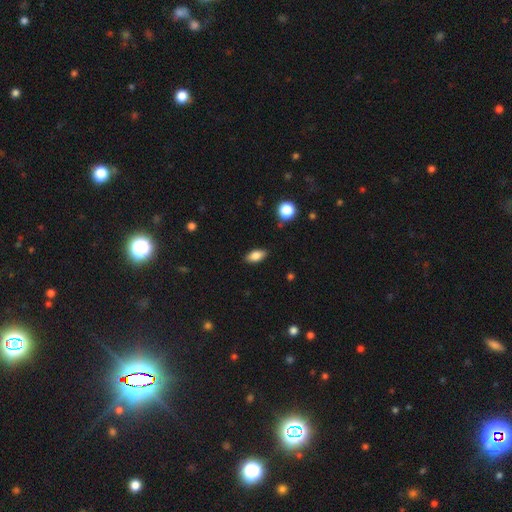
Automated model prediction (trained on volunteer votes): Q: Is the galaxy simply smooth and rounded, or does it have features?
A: smooth — 81%.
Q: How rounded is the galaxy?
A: in between — 88%.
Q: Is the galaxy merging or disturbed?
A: none — 85%.